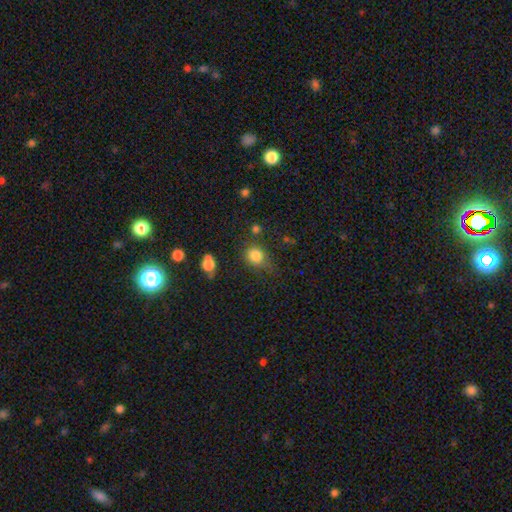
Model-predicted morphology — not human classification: Q: Smooth or featured?
A: smooth (81%); runner-up: star or artifact (12%)
Q: How rounded?
A: round (71%); runner-up: in between (28%)
Q: Merging?
A: none (64%); runner-up: minor disturbance (23%)